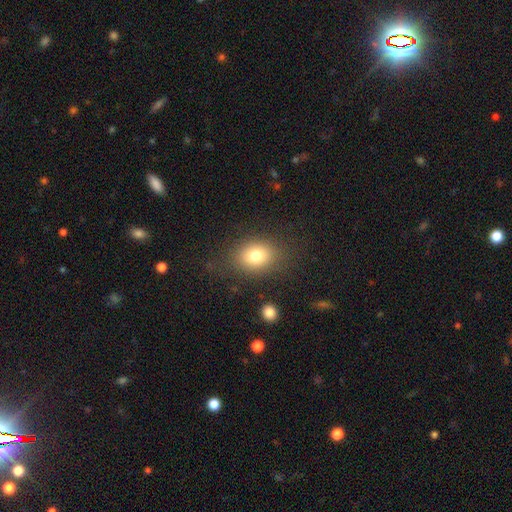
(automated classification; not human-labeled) Smooth or featured? smooth (78%)
How rounded? in between (57%)
Merging? none (80%)